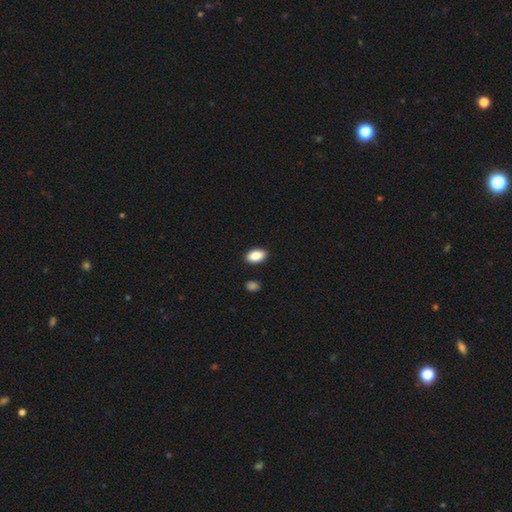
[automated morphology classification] smooth 89%, star or artifact 7%, featured or disk 4%. Down the decision tree: how rounded — in between (92%); merging — none (89%).